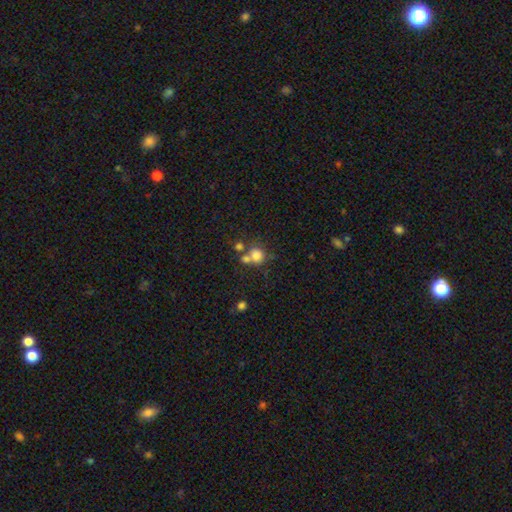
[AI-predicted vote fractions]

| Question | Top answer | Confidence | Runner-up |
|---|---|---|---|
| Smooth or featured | smooth | 76% | star or artifact (13%) |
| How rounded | round | 76% | in between (23%) |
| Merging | none | 43% | merger (39%) |